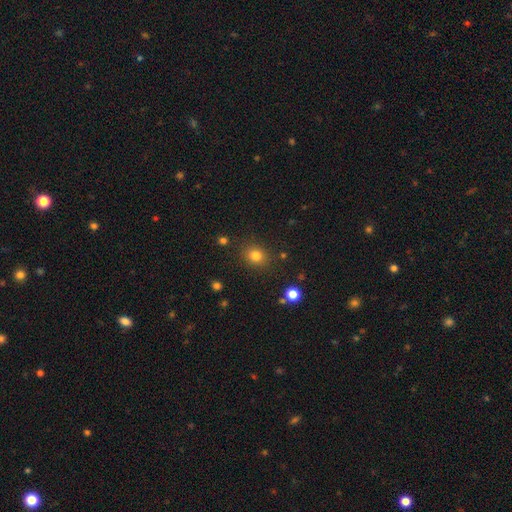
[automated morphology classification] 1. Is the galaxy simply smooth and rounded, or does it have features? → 80% smooth, 13% star or artifact, 6% featured or disk.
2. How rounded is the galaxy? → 70% round, 29% in between, 1% cigar-shaped.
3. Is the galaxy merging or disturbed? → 86% none, 9% minor disturbance, 3% major disturbance, 2% merger.